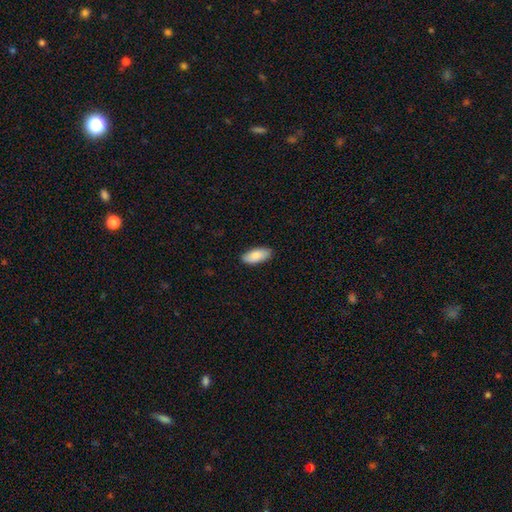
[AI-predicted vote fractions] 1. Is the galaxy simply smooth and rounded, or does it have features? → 86% smooth, 8% featured or disk, 6% star or artifact.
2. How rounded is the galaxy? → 87% in between, 11% cigar-shaped, 2% round.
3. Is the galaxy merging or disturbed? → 87% none, 10% minor disturbance, 2% major disturbance, 1% merger.